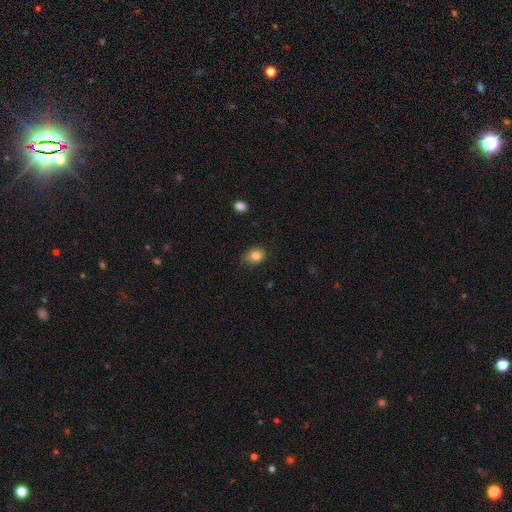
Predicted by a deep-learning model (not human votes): Smooth or featured? smooth (82%)
How rounded? in between (69%)
Merging? none (78%)